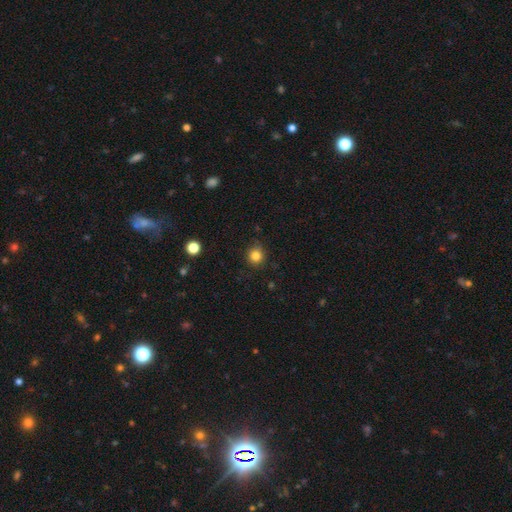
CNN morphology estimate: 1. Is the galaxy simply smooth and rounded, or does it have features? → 84% smooth, 12% star or artifact, 5% featured or disk.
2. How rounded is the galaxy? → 89% round, 10% in between, 1% cigar-shaped.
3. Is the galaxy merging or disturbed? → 85% none, 11% minor disturbance, 3% major disturbance, 1% merger.